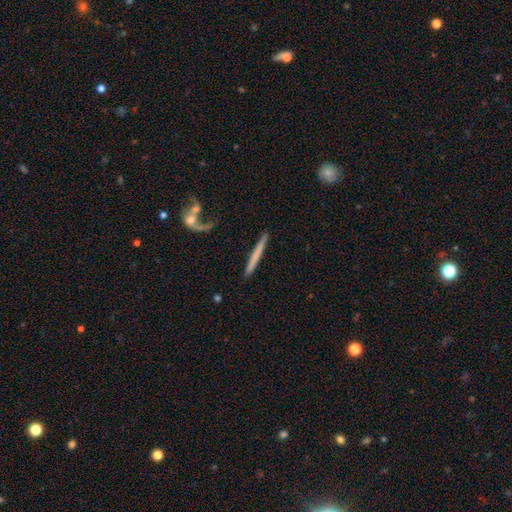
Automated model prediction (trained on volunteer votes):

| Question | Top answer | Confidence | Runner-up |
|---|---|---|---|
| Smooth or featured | smooth | 49% | featured or disk (45%) |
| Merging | none | 85% | minor disturbance (8%) |